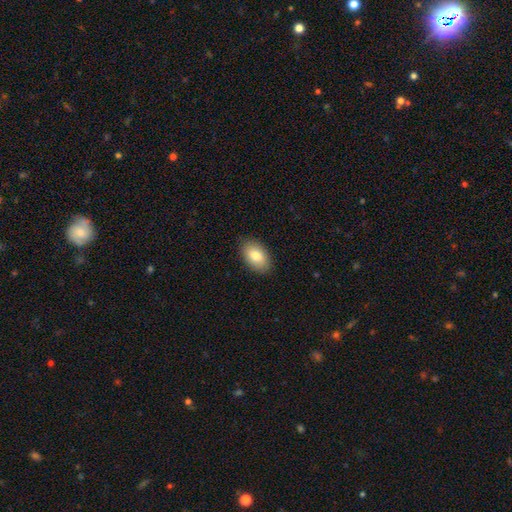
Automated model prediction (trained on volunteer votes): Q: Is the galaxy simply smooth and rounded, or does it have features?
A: smooth — 82%.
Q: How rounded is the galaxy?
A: in between — 92%.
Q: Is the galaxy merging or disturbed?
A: none — 88%.